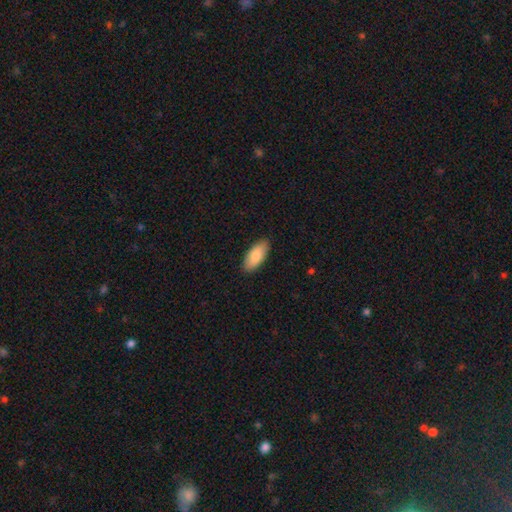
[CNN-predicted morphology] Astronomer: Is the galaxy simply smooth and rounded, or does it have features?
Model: smooth — 83%.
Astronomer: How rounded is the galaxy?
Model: in between — 89%.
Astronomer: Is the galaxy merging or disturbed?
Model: none — 89%.